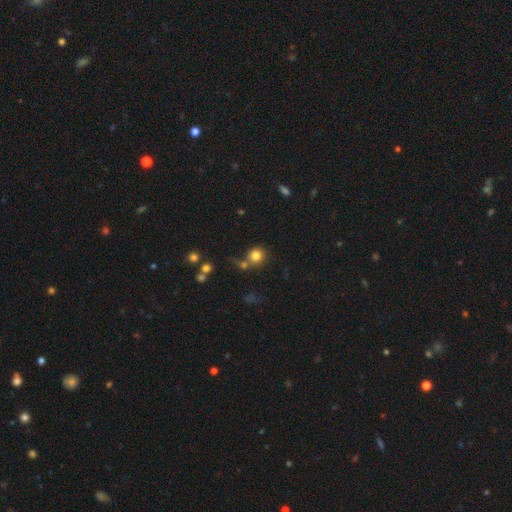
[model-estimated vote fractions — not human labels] A smooth galaxy with no disk features (80%) that is round (89%).

Vote fractions:
- Smooth or featured? smooth: 80% / star or artifact: 12% / featured or disk: 8%
- How rounded? round: 89% / in between: 10% / cigar-shaped: 1%
- Merging? none: 60% / merger: 23% / minor disturbance: 11% / major disturbance: 6%